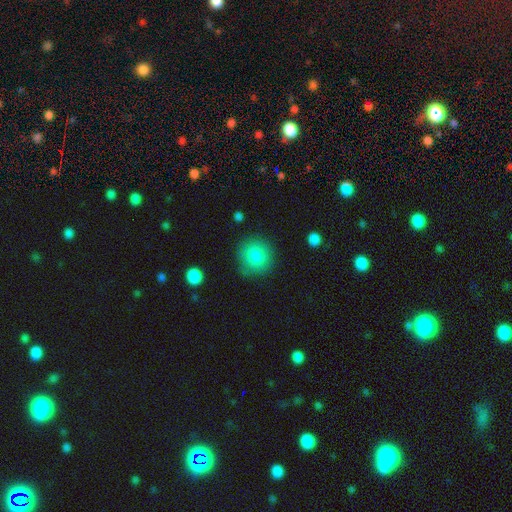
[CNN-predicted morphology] Overall: smooth (83%). How rounded: round (91%). Merging: none (84%).